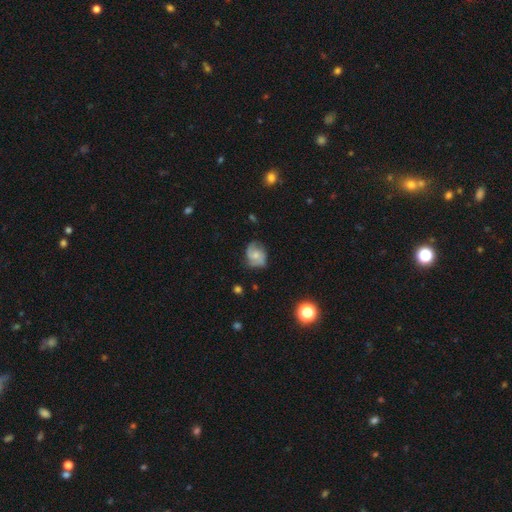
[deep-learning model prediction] smooth-or-featured: featured or disk: 52% | smooth: 39% | star or artifact: 9%
  disk-edge-on: no: 97% | yes: 3%
    bar: no: 69% | weak: 27% | strong: 4%
    has-spiral-arms: yes: 86% | no: 14%
    bulge-size: small: 49% | moderate: 39% | none: 8% | large: 3% | dominant: 1%
  merging: none: 67% | minor disturbance: 24% | major disturbance: 7% | merger: 2%